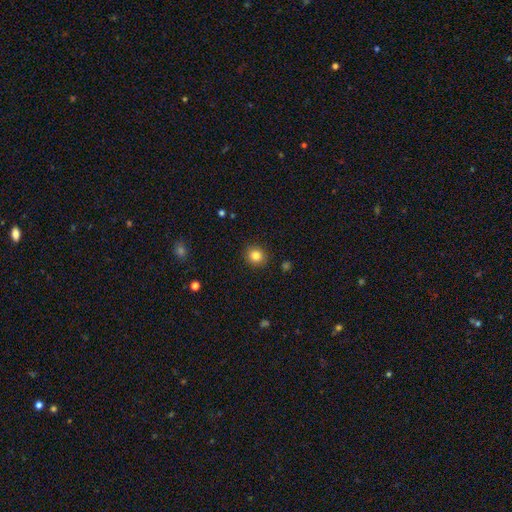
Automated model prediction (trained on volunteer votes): Smooth or featured? smooth (83%)
How rounded? round (84%)
Merging? none (90%)